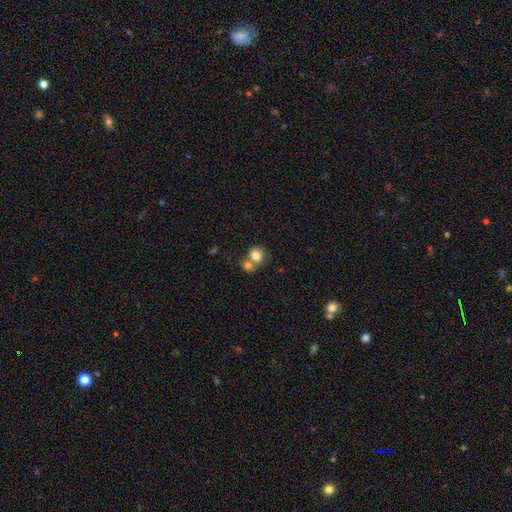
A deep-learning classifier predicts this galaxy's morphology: A smooth galaxy with no disk features (80%) that is round (82%).

Vote fractions:
- Smooth or featured? smooth: 80% / featured or disk: 10% / star or artifact: 10%
- How rounded? round: 82% / in between: 17% / cigar-shaped: 1%
- Merging? merger: 47% / none: 43% / minor disturbance: 7% / major disturbance: 3%